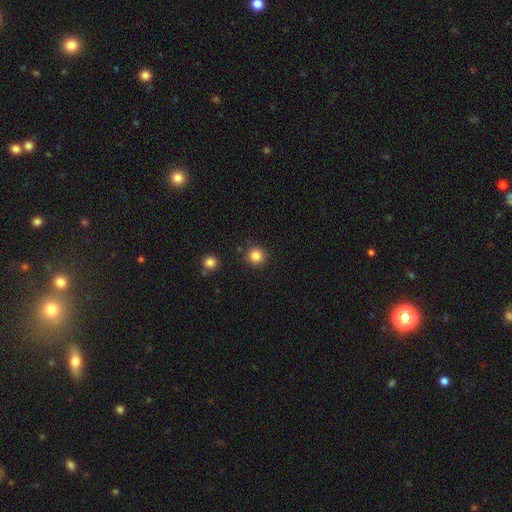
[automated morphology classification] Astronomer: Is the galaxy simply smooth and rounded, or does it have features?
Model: smooth — 85%.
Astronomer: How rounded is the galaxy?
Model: round — 94%.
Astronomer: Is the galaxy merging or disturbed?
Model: none — 90%.